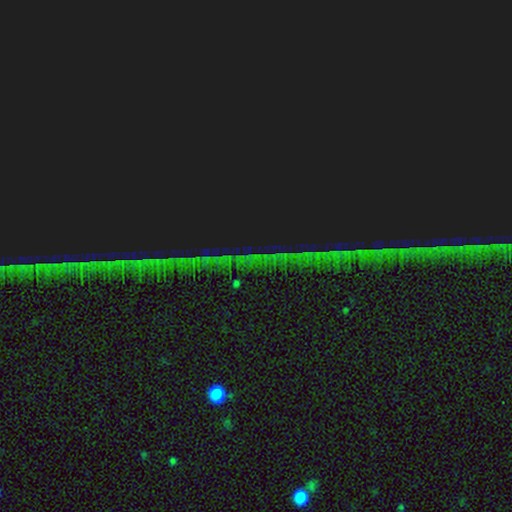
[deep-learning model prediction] smooth_or_featured: star or artifact (p=0.88) [alt: featured or disk p=0.07]